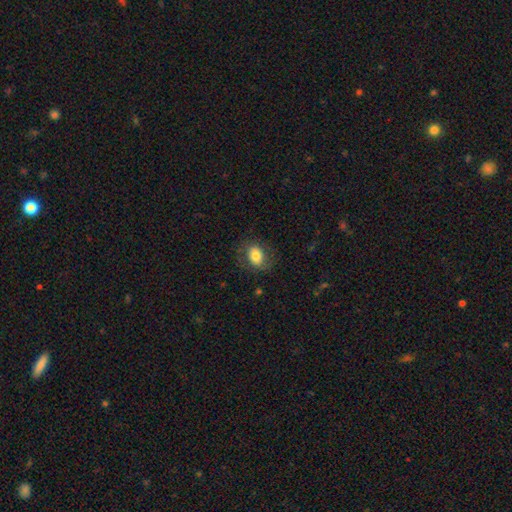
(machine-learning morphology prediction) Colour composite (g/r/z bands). It shows a smooth galaxy with no disk features (74%) that is in between round and cigar-shaped (68%). Merging: none (73%).